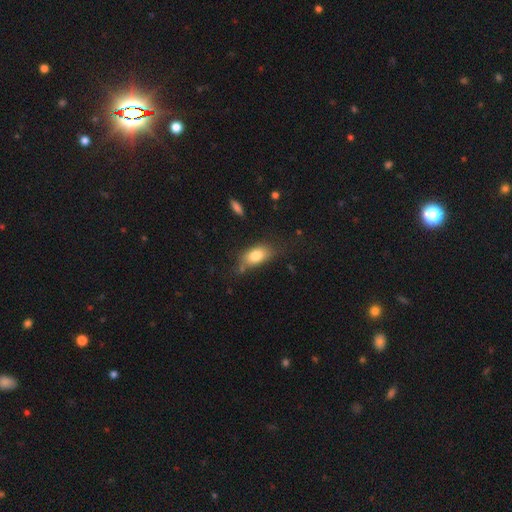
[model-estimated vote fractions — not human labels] smooth-or-featured: smooth: 79% | featured or disk: 13% | star or artifact: 8%
  how-rounded: in between: 87% | round: 8% | cigar-shaped: 5%
  merging: none: 59% | minor disturbance: 27% | major disturbance: 8% | merger: 5%